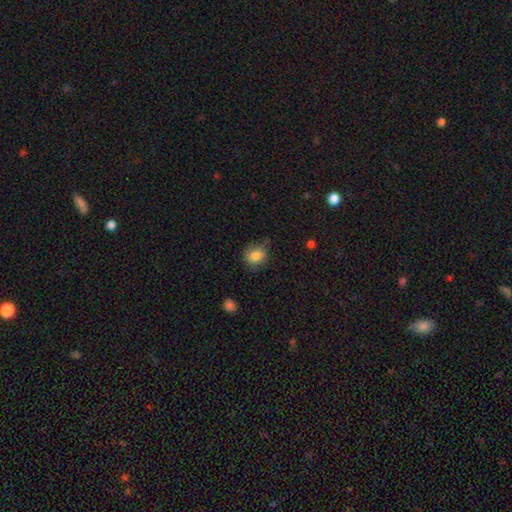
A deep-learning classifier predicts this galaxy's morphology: This appears to be a smooth galaxy with no disk features (84%) that is round (68%). Merging: none (75%).